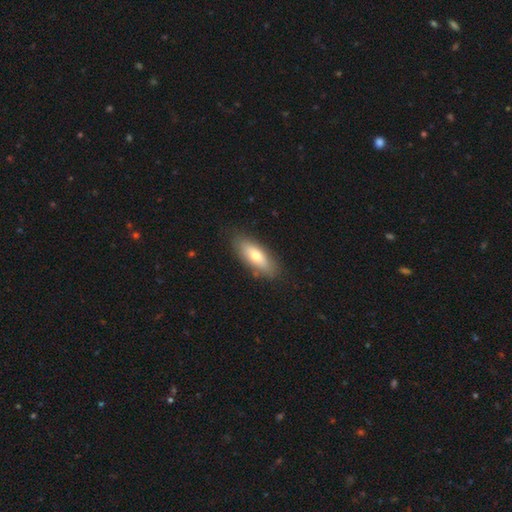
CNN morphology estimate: Overall: smooth (68%). How rounded: in between (70%). Merging: none (84%).